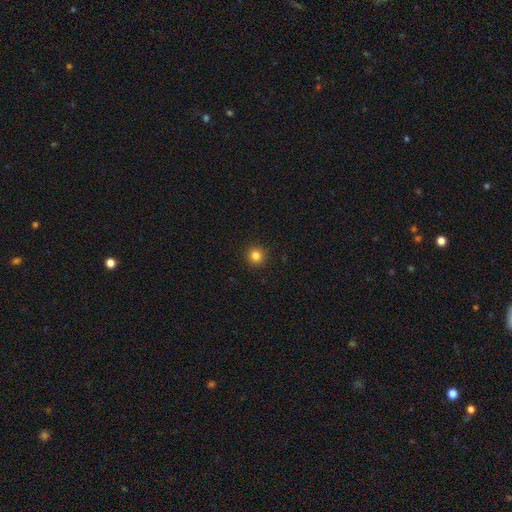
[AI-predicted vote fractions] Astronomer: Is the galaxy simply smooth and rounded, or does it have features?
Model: smooth — 83%.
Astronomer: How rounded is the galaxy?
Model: round — 94%.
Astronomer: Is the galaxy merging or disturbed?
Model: none — 93%.